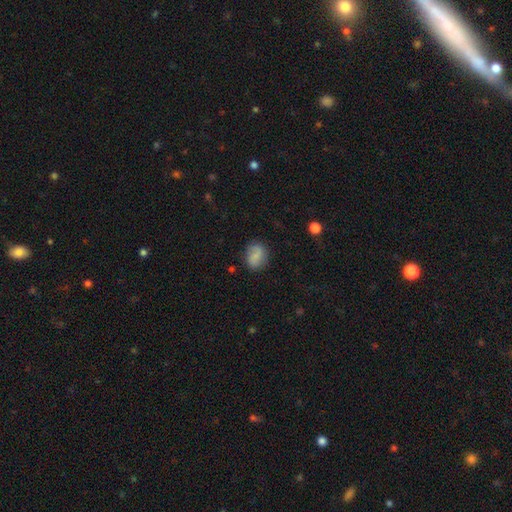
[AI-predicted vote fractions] This is likely a smooth galaxy (73%). How rounded: possibly in between (50%). Merging: likely none (76%).